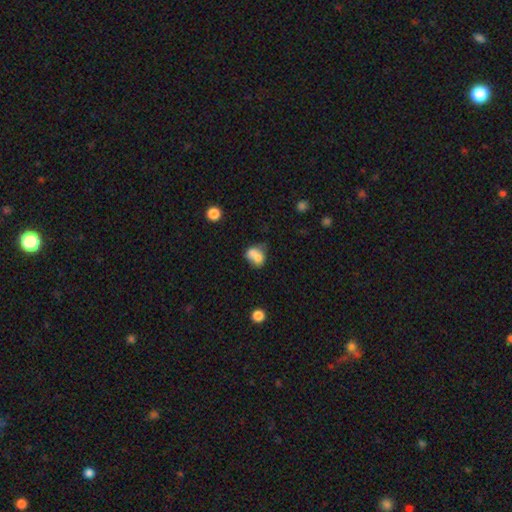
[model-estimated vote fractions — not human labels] Smooth or featured: smooth — 71% (featured or disk — 19%)
How rounded: in between — 50% (round — 49%)
Merging: merger — 56% (none — 26%)